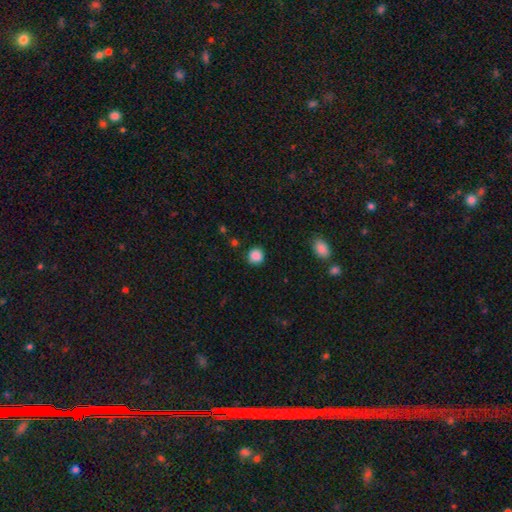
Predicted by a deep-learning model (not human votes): This appears to be a smooth galaxy with no disk features (87%) that is round (90%). Merging: none (85%).